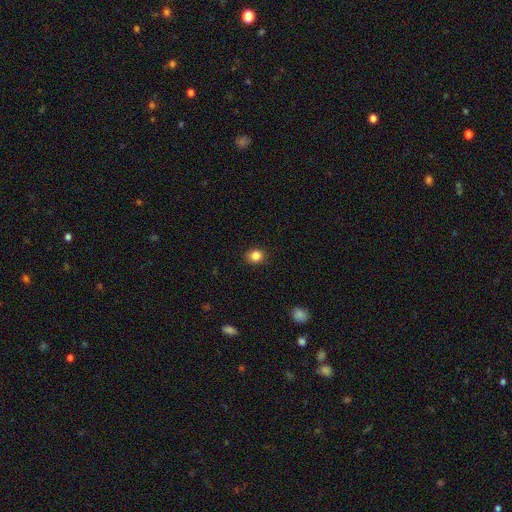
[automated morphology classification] Smooth or featured? Predicted: smooth (p=0.85). How rounded? Predicted: round (p=0.71). Merging? Predicted: none (p=0.89).